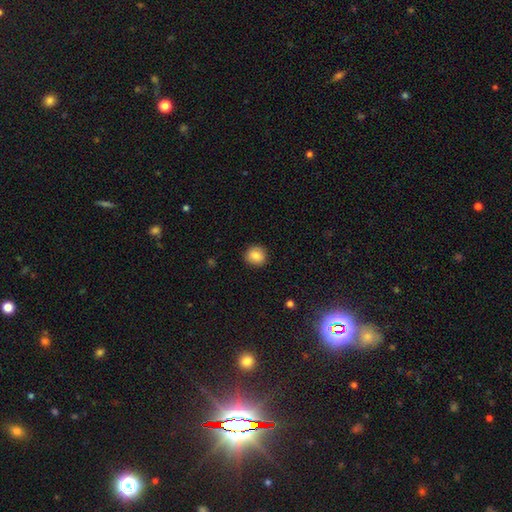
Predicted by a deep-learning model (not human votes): A smooth galaxy with no disk features (85%) that is round (88%). Merging: none (90%).